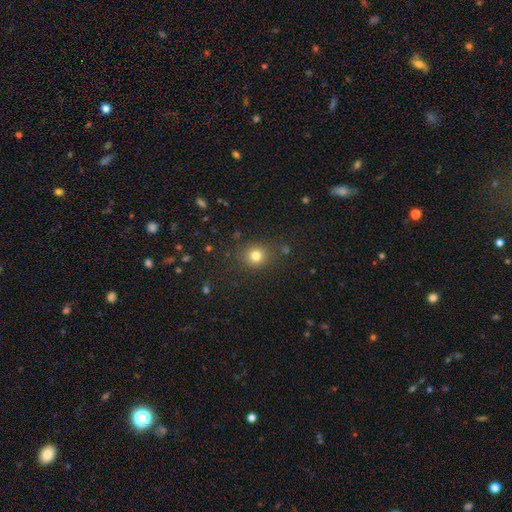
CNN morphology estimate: Smooth or featured? smooth (78%)
How rounded? round (85%)
Merging? none (84%)